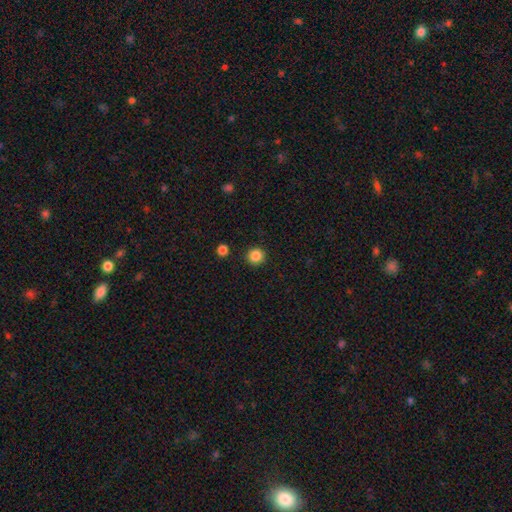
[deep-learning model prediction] Overall: smooth (86%). How rounded: round (95%). Merging: none (92%).